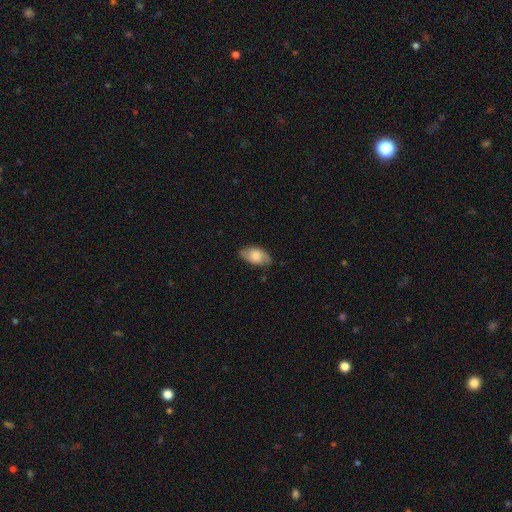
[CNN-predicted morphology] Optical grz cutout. It shows a smooth galaxy with no disk features (71%) that is in between round and cigar-shaped (93%). Merging: none (80%).